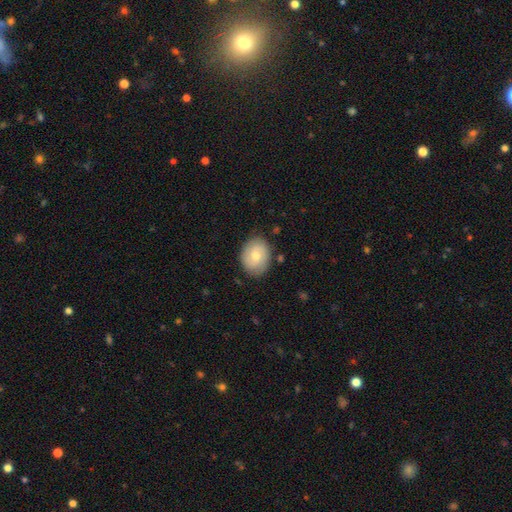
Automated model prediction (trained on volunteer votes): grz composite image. It shows a smooth galaxy with no disk features (59%) that is in between round and cigar-shaped (54%). Merging: none (82%).